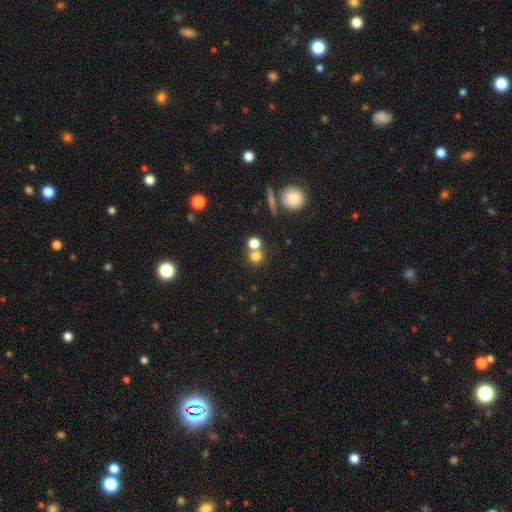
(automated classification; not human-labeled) The model was most divided on "merging": none: 54%, merger: 36%, minor disturbance: 7%, major disturbance: 3%. More confident: how rounded — round (86%); smooth or featured — smooth (75%).